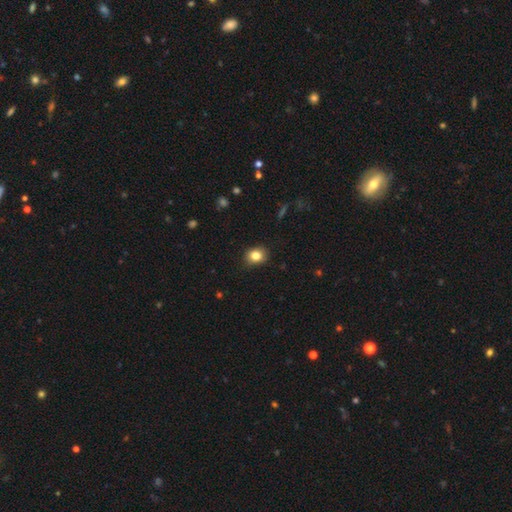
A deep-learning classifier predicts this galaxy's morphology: type=smooth (83%); roundness=round (62%); merging=none (86%).